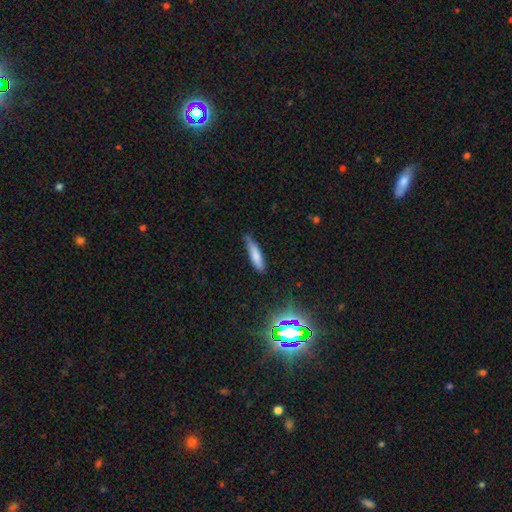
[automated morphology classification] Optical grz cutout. It shows a smooth galaxy with no disk features (75%) that is cigar-shaped (77%). Merging: none (71%).